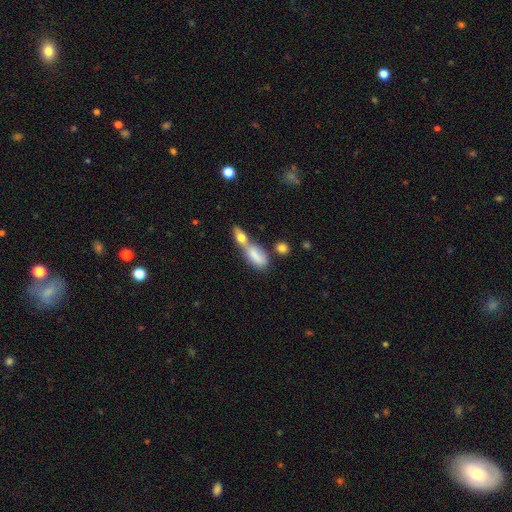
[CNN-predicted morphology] This appears to be a smooth galaxy with no disk features (75%) that is in between round and cigar-shaped (74%). Merging: merger (61%).